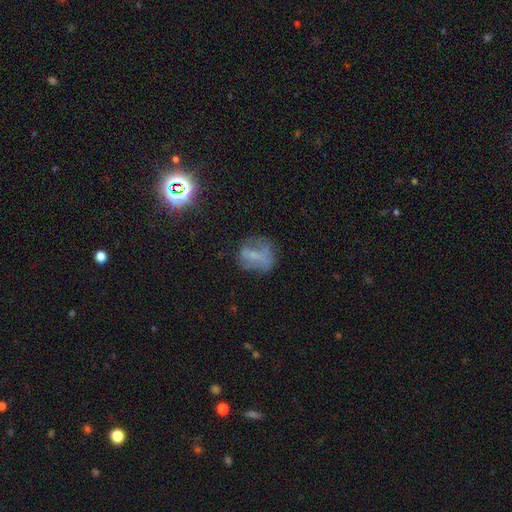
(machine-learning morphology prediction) smooth 45%, featured or disk 36%, star or artifact 19%. Down the decision tree: merging — none (53%).